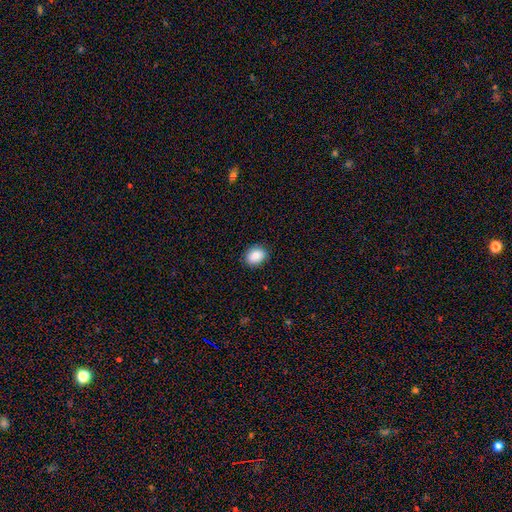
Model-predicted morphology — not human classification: smooth 87%, star or artifact 8%, featured or disk 5%. Down the decision tree: how rounded — in between (52%); merging — none (87%).